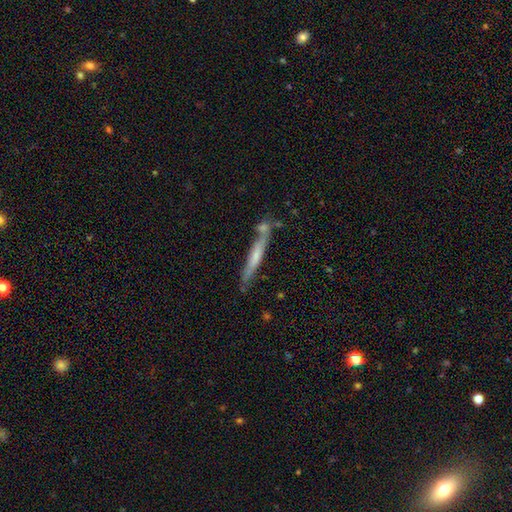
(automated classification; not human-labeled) featured or disk 49%, smooth 45%, star or artifact 7%. Down the decision tree: merging — none (67%).